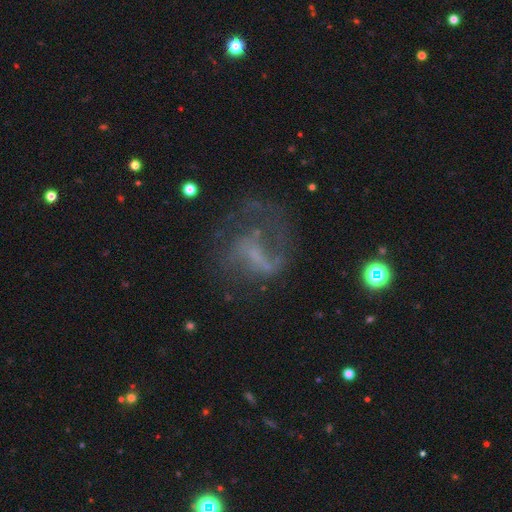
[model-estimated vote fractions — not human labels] Overall: featured or disk (64%). Edge-on disk: no (97%). Bar: no (51%; weak 35%). Spiral arms: yes (64%; no 36%). Bulge size: none (54%; small 31%). Merging: none (42%; major disturbance 38%).